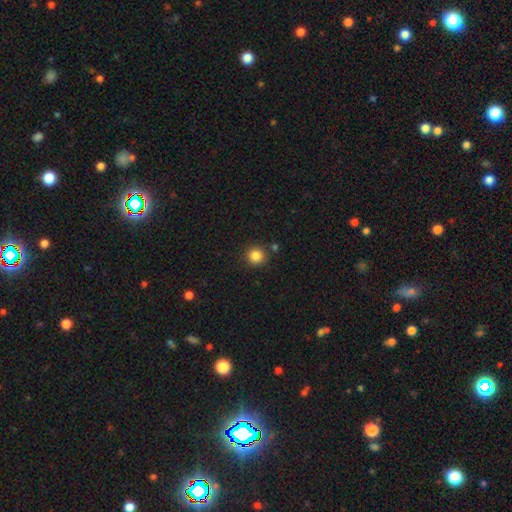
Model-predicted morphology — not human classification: smooth_or_featured: smooth (p=0.85) [alt: star or artifact p=0.11]
how_rounded: round (p=0.93) [alt: in between p=0.06]
merging: none (p=0.87) [alt: minor disturbance p=0.07]